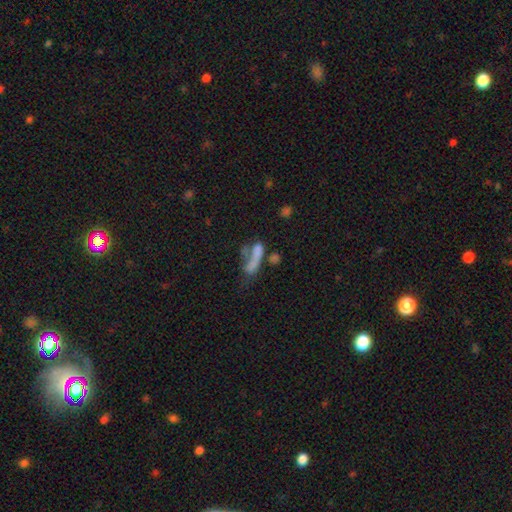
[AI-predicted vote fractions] smooth_or_featured: smooth (p=0.59) [alt: featured or disk p=0.26]
how_rounded: in between (p=0.50) [alt: cigar-shaped p=0.41]
merging: merger (p=0.39) [alt: none p=0.25]